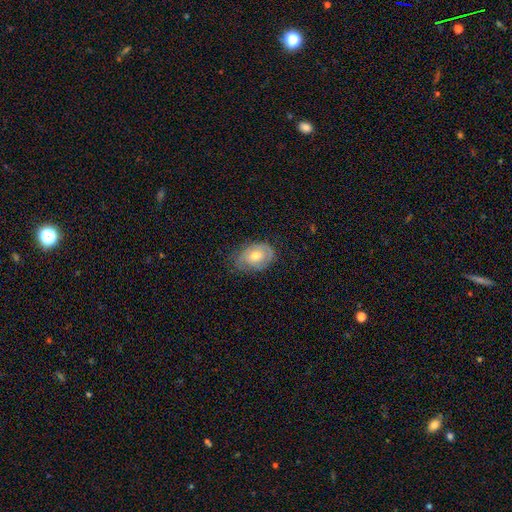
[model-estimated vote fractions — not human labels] This appears to be a smooth galaxy with no disk features (51%) that is in between round and cigar-shaped (80%). Merging: none (62%).